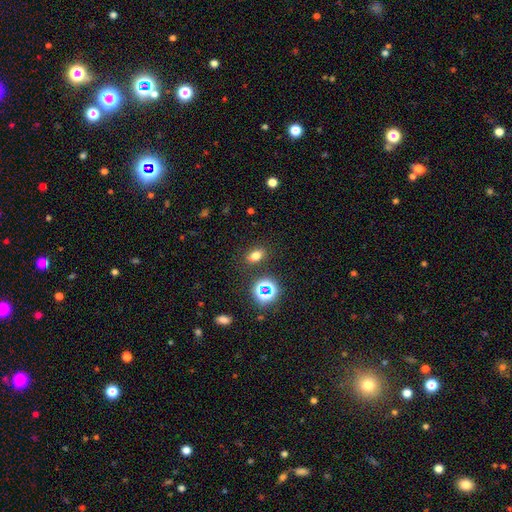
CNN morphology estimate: The model was most divided on "how rounded": in between: 72%, round: 26%, cigar-shaped: 2%. More confident: merging — none (82%); smooth or featured — smooth (70%).